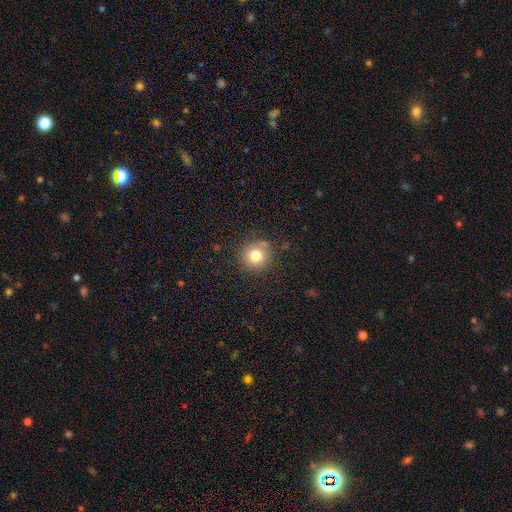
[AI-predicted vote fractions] Smooth or featured? smooth (79%)
How rounded? round (93%)
Merging? none (85%)